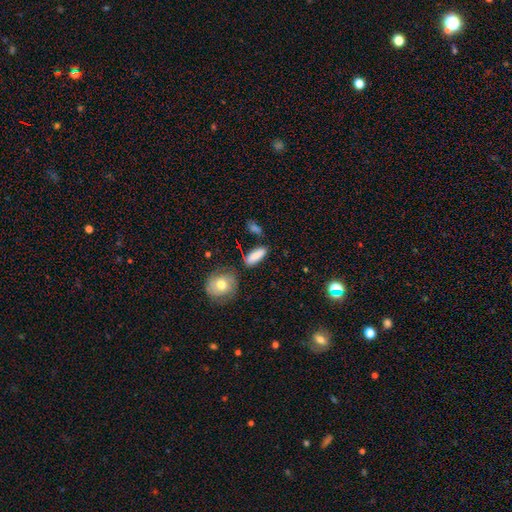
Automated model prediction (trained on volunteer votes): A smooth galaxy with no disk features (85%) that is in between round and cigar-shaped (62%).

Vote fractions:
- Smooth or featured? smooth: 85% / featured or disk: 8% / star or artifact: 7%
- How rounded? in between: 62% / cigar-shaped: 35% / round: 3%
- Merging? none: 79% / minor disturbance: 13% / merger: 5% / major disturbance: 3%